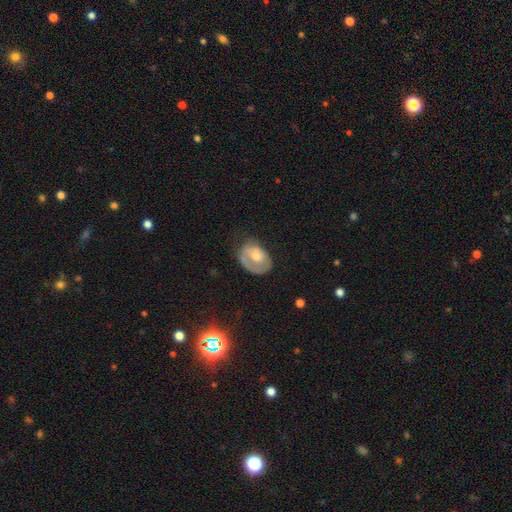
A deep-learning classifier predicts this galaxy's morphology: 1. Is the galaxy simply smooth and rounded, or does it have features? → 53% smooth, 41% featured or disk, 7% star or artifact.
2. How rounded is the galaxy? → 75% in between, 24% round, 1% cigar-shaped.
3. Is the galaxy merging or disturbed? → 41% none, 30% minor disturbance, 26% major disturbance, 3% merger.